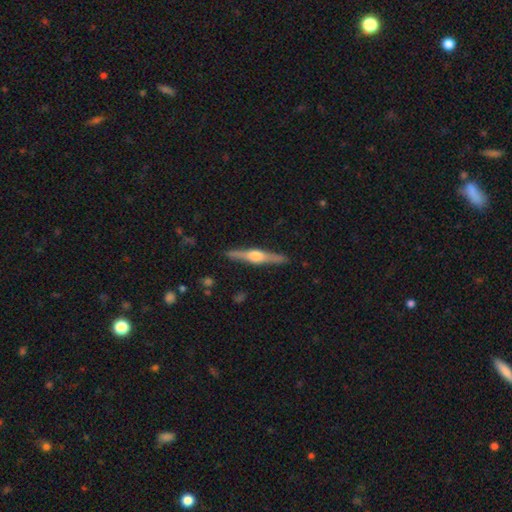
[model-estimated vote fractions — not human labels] A featured or disk galaxy (75%) viewed edge-on (98%) with a rounded central bulge (91%). Merging: none (90%).